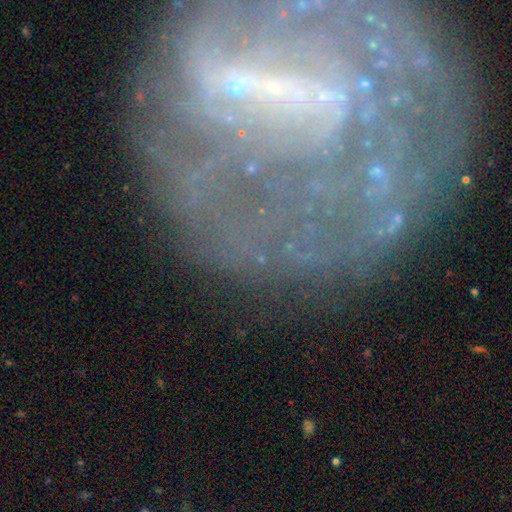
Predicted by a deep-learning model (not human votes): The model was most divided on "bar": no: 44%, strong: 28%, weak: 28%. More confident: edge-on disk — no (87%); spiral arms — yes (73%); merging — none (64%); smooth or featured — featured or disk (58%); bulge size — small (53%).